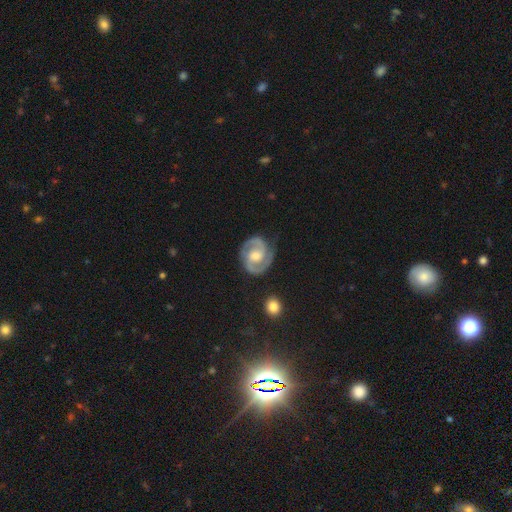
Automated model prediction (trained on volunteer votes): This is clearly a featured or disk galaxy (90%). It is clearly not viewed edge-on (98%). Bar: possibly weak (45%). Spiral arm pattern: clearly yes (98%). Spiral arm count: clearly 2 (93%). Spiral winding: possibly medium (48%). Central bulge: likely moderate (65%). Merging: clearly none (81%).